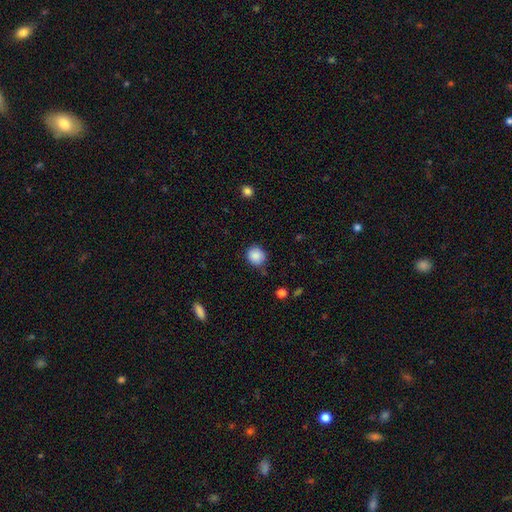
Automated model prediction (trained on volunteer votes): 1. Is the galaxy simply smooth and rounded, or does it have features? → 87% smooth, 9% star or artifact, 4% featured or disk.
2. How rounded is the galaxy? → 82% round, 17% in between, 1% cigar-shaped.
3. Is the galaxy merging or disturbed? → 77% none, 17% minor disturbance, 3% major disturbance, 2% merger.